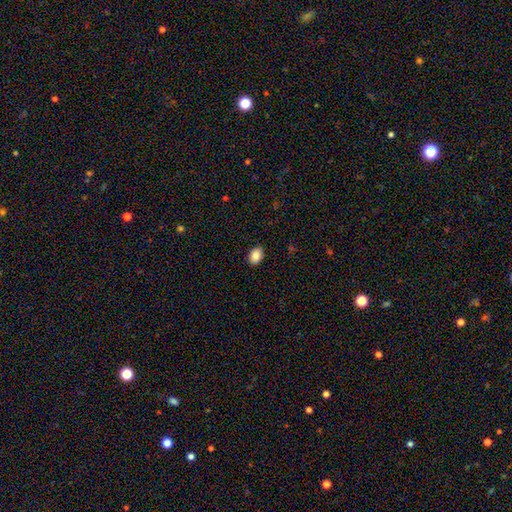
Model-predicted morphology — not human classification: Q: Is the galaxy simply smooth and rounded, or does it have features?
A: smooth — 87%.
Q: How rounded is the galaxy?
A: in between — 75%.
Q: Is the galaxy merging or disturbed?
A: none — 89%.